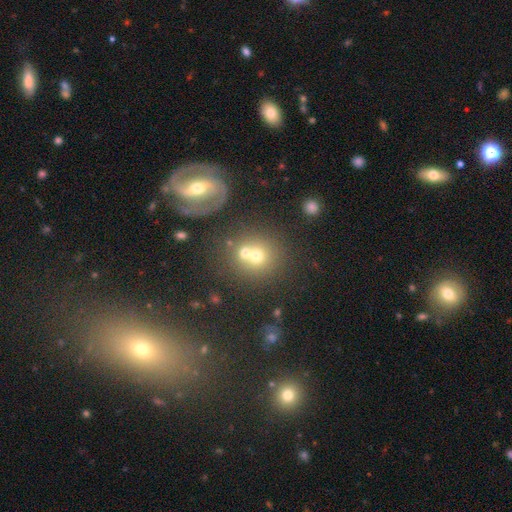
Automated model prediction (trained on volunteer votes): smooth 63%, featured or disk 22%, star or artifact 15%. Down the decision tree: how rounded — round (85%); merging — none (45%).